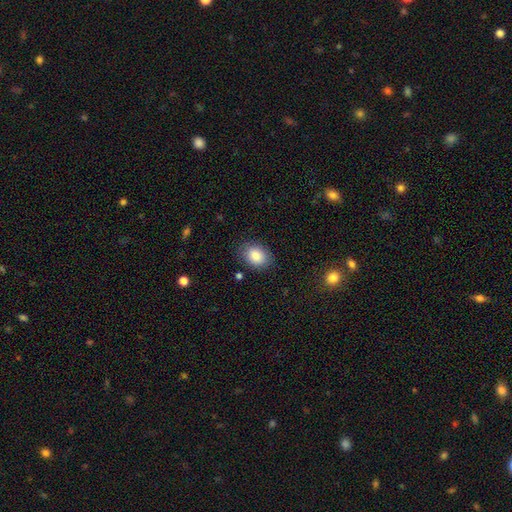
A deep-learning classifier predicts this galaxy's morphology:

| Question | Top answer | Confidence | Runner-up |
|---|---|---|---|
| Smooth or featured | smooth | 84% | star or artifact (8%) |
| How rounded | in between | 66% | round (33%) |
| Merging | none | 83% | minor disturbance (12%) |